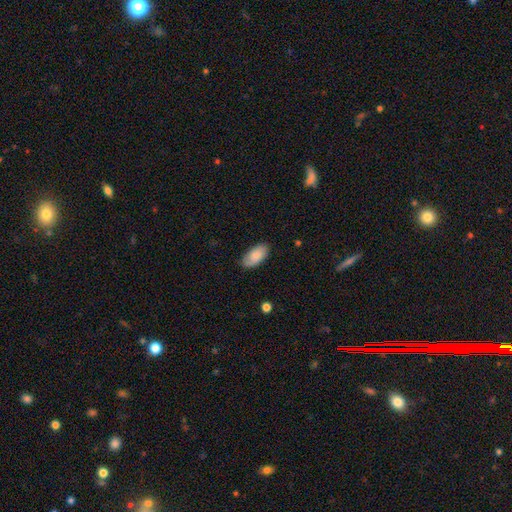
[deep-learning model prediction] A smooth galaxy with no disk features (84%) that is in between round and cigar-shaped (94%).

Vote fractions:
- Smooth or featured? smooth: 84% / featured or disk: 10% / star or artifact: 6%
- How rounded? in between: 94% / cigar-shaped: 4% / round: 2%
- Merging? none: 83% / minor disturbance: 14% / major disturbance: 2% / merger: 1%